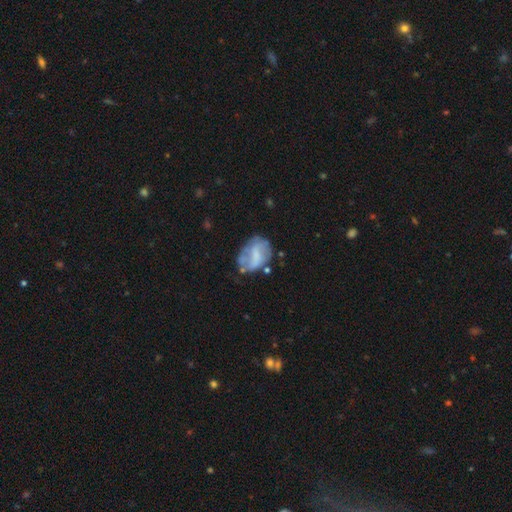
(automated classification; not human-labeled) A featured or disk galaxy (50%). Merging: none (47%).